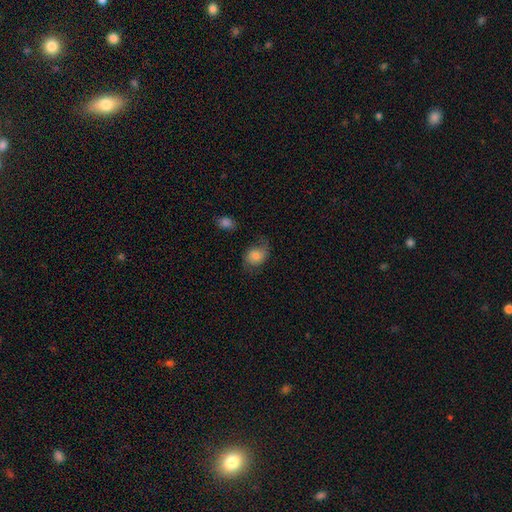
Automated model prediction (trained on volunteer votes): Smooth or featured?
  - smooth: 67% *
  - featured or disk: 24%
  - star or artifact: 9%
How rounded?
  - in between: 59% *
  - round: 40%
  - cigar-shaped: 1%
Merging?
  - none: 57% *
  - minor disturbance: 27%
  - major disturbance: 13%
  - merger: 3%